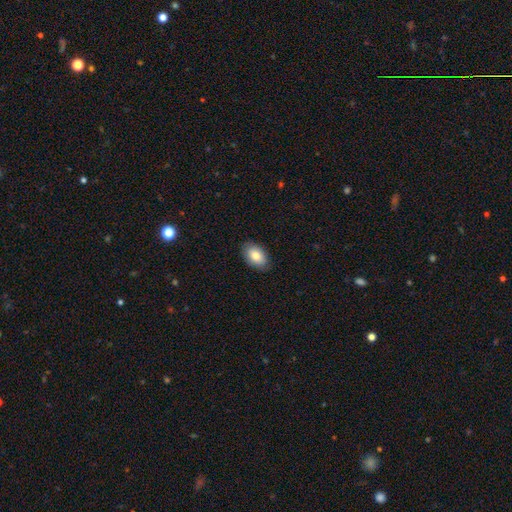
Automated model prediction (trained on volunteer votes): This is clearly a smooth galaxy (82%). How rounded: clearly in between (91%). Merging: clearly none (87%).